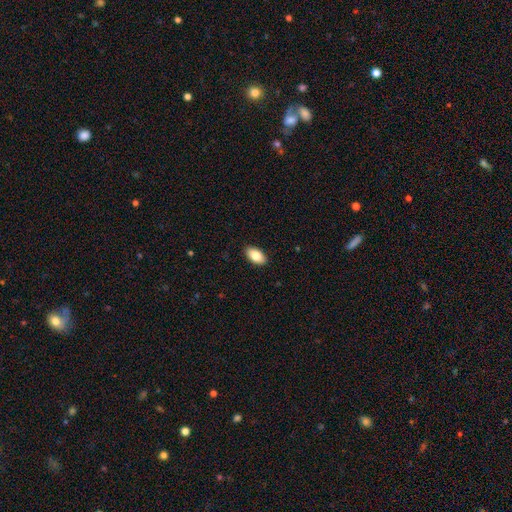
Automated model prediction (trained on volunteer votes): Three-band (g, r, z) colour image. It shows a smooth galaxy with no disk features (83%) that is in between round and cigar-shaped (94%). Merging: none (90%).